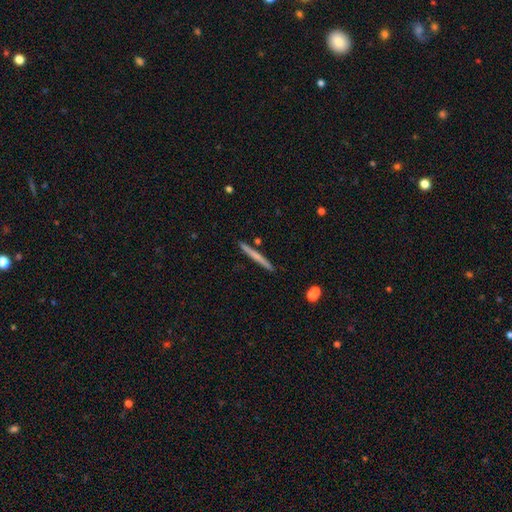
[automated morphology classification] Overall: smooth (52%; featured or disk 42%). How rounded: cigar-shaped (97%). Merging: none (91%).